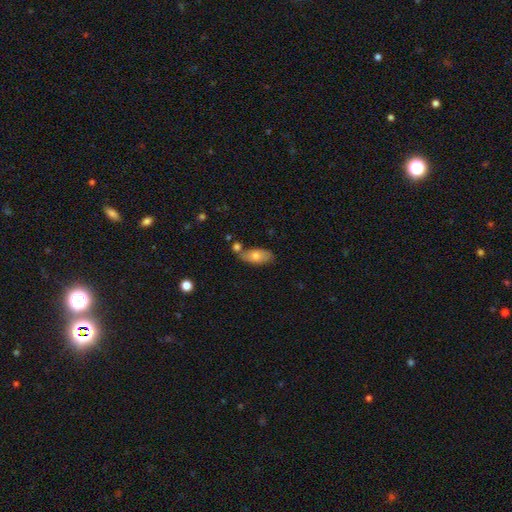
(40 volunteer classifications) Smooth or featured: smooth — 85% (featured or disk — 12%)
How rounded: in between — 94% (round — 6%)
Merging: none — 69% (minor disturbance — 18%)